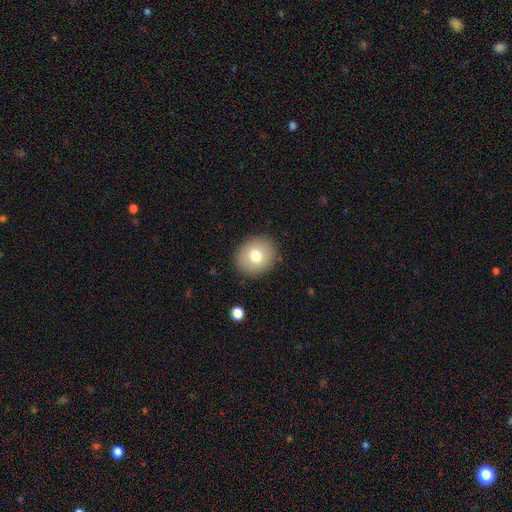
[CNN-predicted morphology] Smooth or featured: smooth — 75% (featured or disk — 16%)
How rounded: round — 73% (in between — 26%)
Merging: none — 88% (minor disturbance — 8%)